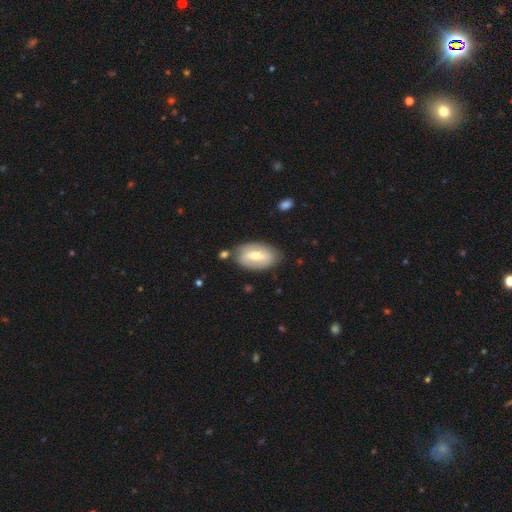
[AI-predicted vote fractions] This appears to be a featured or disk galaxy (51%). Merging: none (76%).